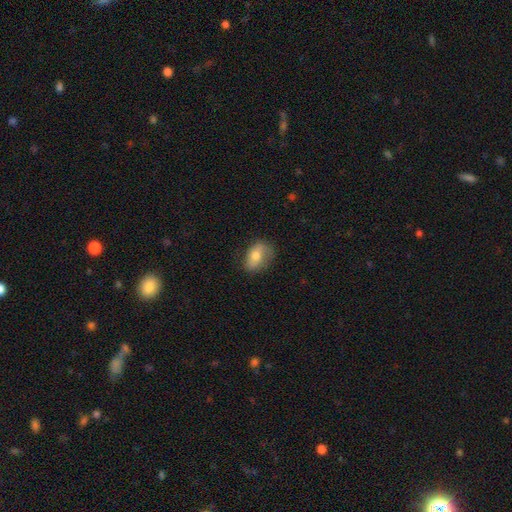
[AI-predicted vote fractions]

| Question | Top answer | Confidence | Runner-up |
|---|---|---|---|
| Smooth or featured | smooth | 63% | featured or disk (30%) |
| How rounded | in between | 82% | round (16%) |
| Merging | none | 70% | minor disturbance (22%) |